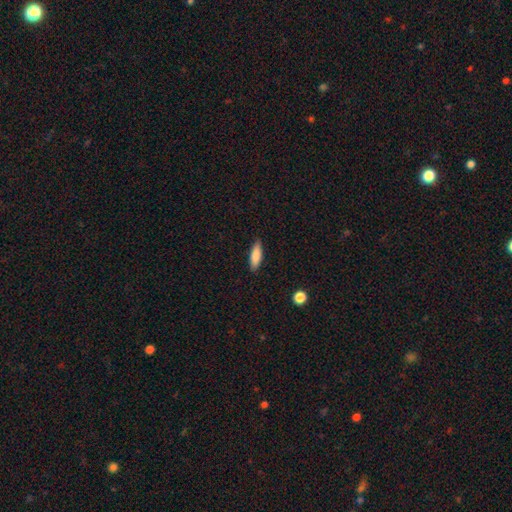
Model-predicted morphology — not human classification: The model was most divided on "how rounded": cigar-shaped: 53%, in between: 45%, round: 2%. More confident: merging — none (88%); smooth or featured — smooth (83%).